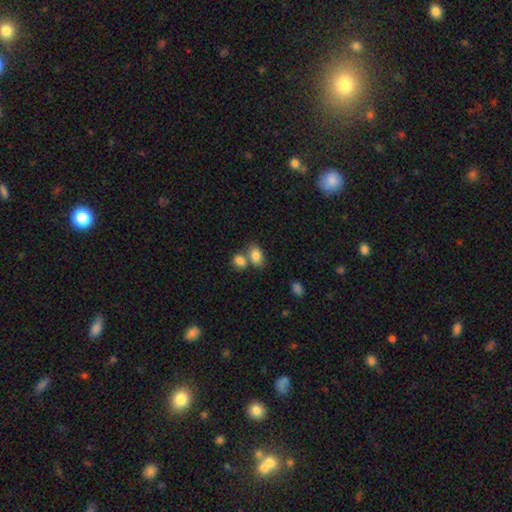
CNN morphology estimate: Q: Smooth or featured?
A: smooth (83%); runner-up: star or artifact (9%)
Q: How rounded?
A: in between (83%); runner-up: round (15%)
Q: Merging?
A: none (46%); runner-up: merger (40%)